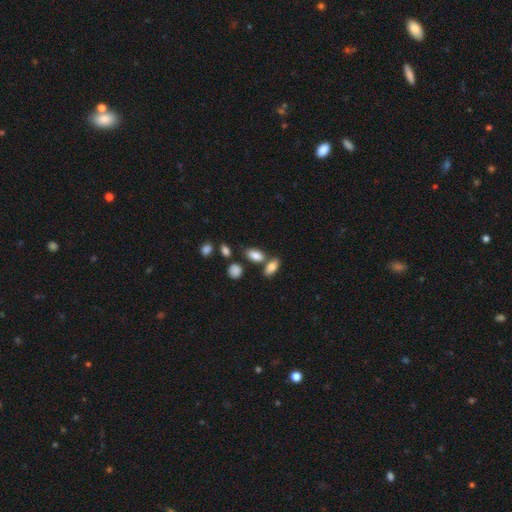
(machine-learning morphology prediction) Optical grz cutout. It shows a smooth galaxy with no disk features (83%) that is in between round and cigar-shaped (86%). Merging: none (61%).